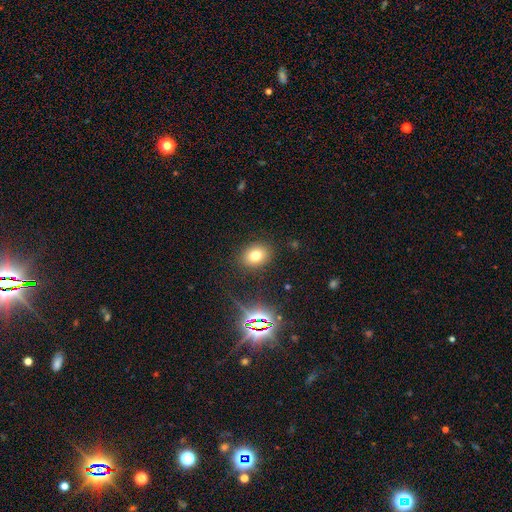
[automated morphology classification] Smooth or featured?
  - smooth: 73% *
  - star or artifact: 17%
  - featured or disk: 10%
How rounded?
  - in between: 53% *
  - round: 46%
  - cigar-shaped: 1%
Merging?
  - none: 88% *
  - minor disturbance: 8%
  - major disturbance: 3%
  - merger: 2%